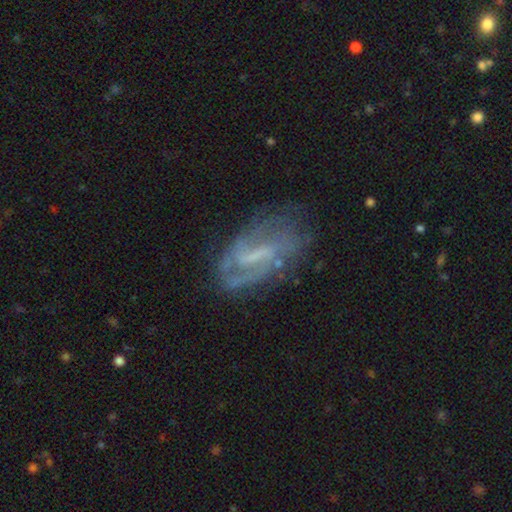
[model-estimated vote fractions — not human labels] smooth_or_featured: featured or disk (p=0.73) [alt: smooth p=0.18]
disk_edge_on: no (p=0.92) [alt: yes p=0.08]
bar: weak (p=0.43) [alt: strong p=0.36]
has_spiral_arms: yes (p=0.74) [alt: no p=0.26]
bulge_size: none (p=0.45) [alt: small p=0.32]
merging: none (p=0.59) [alt: minor disturbance p=0.22]